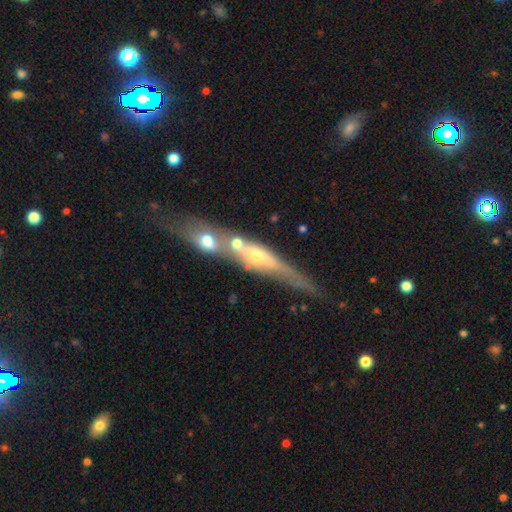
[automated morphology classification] featured or disk 74%, smooth 18%, star or artifact 8%. Down the decision tree: edge-on disk — yes (84%); edge-on bulge — rounded (81%); merging — none (48%).